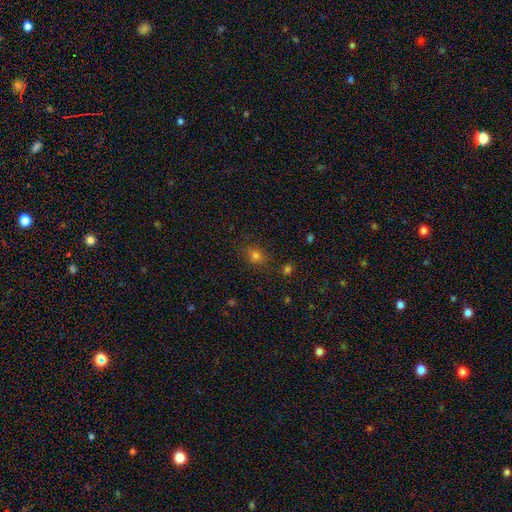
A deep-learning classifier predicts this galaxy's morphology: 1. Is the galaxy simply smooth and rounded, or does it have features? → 74% smooth, 19% star or artifact, 7% featured or disk.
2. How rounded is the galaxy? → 63% round, 36% in between, 1% cigar-shaped.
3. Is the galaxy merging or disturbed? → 81% none, 13% minor disturbance, 4% major disturbance, 3% merger.